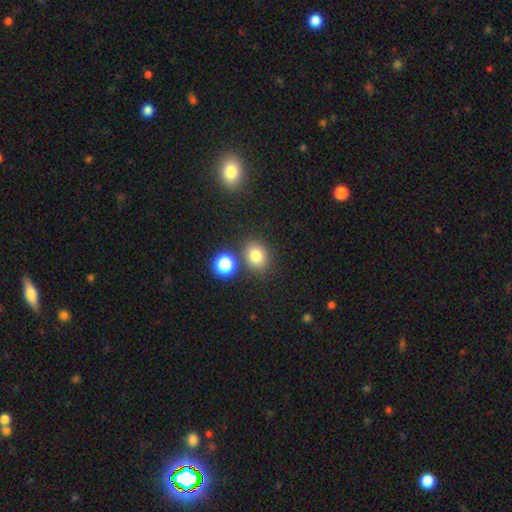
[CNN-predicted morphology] This appears to be a smooth galaxy with no disk features (78%) that is round (66%). Merging: none (76%).